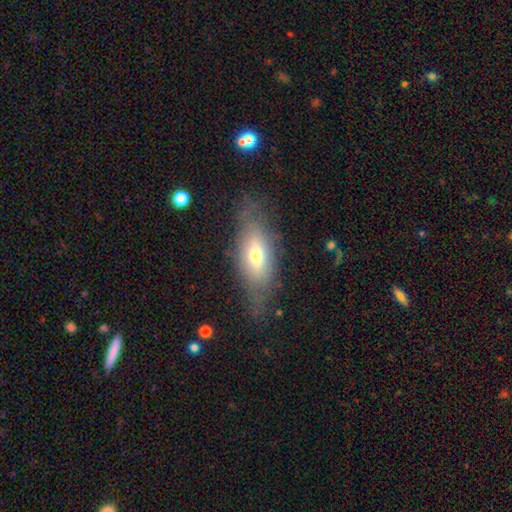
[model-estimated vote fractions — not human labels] smooth-or-featured: smooth: 54% | featured or disk: 38% | star or artifact: 8%
  how-rounded: in between: 71% | cigar-shaped: 24% | round: 4%
  merging: none: 67% | minor disturbance: 22% | major disturbance: 10% | merger: 2%